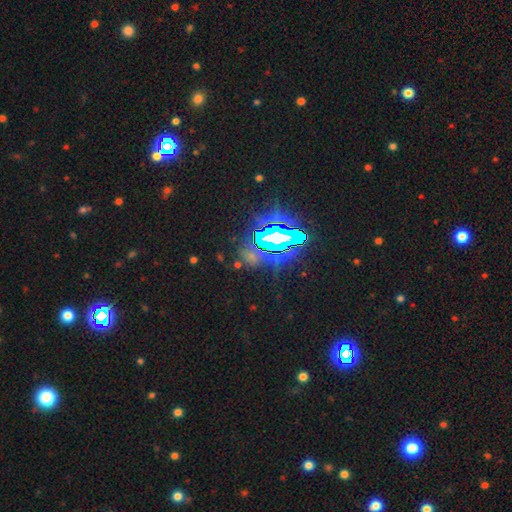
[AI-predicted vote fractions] Q: Smooth or featured?
A: star or artifact (78%); runner-up: smooth (12%)